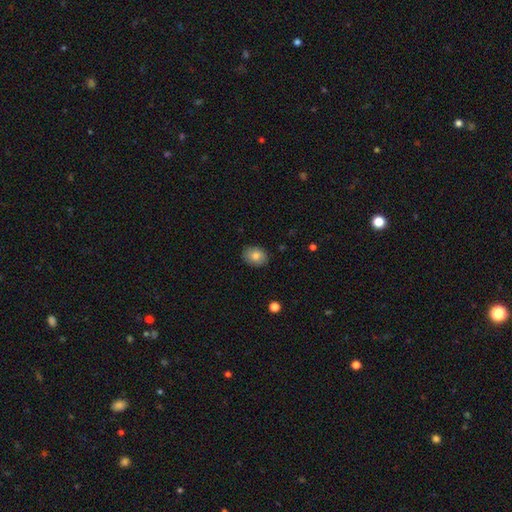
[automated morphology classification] Smooth or featured? smooth (81%)
How rounded? in between (52%)
Merging? none (87%)